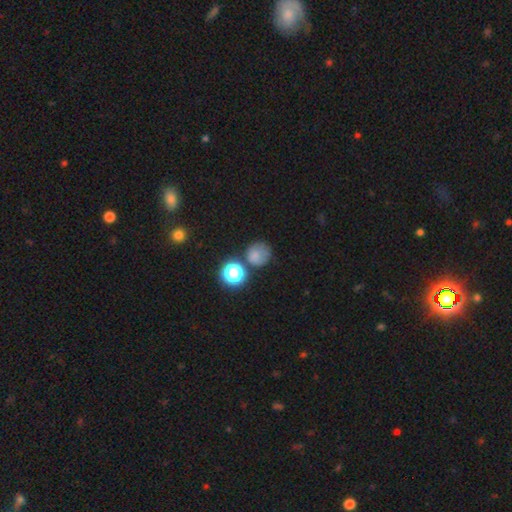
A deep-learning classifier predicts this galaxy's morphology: type=smooth (71%); roundness=round (85%); merging=none (61%).